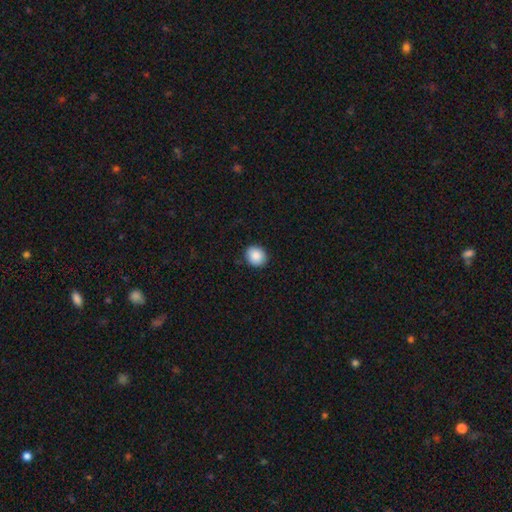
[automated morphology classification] Overall: smooth (88%). How rounded: round (70%). Merging: none (89%).